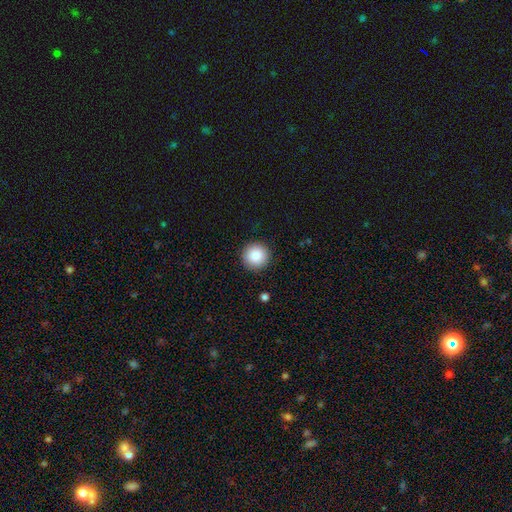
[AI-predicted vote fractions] Q: Smooth or featured?
A: smooth (88%); runner-up: star or artifact (8%)
Q: How rounded?
A: round (96%); runner-up: in between (3%)
Q: Merging?
A: none (92%); runner-up: minor disturbance (5%)